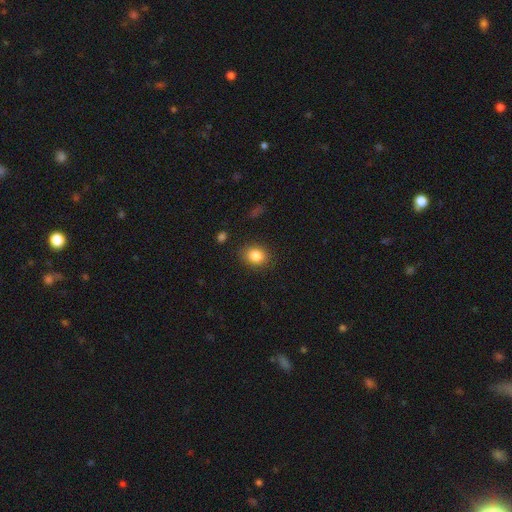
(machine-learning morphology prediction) A smooth galaxy with no disk features (84%) that is in between round and cigar-shaped (53%). Merging: none (86%).